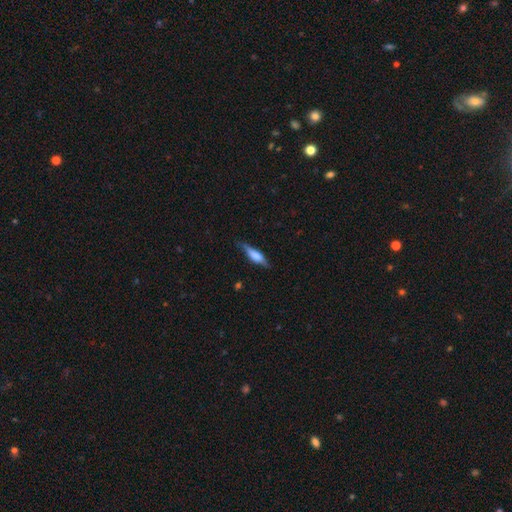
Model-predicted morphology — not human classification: Smooth or featured?
  - smooth: 48% *
  - featured or disk: 45%
  - star or artifact: 7%
Merging?
  - none: 75% *
  - minor disturbance: 19%
  - major disturbance: 4%
  - merger: 1%